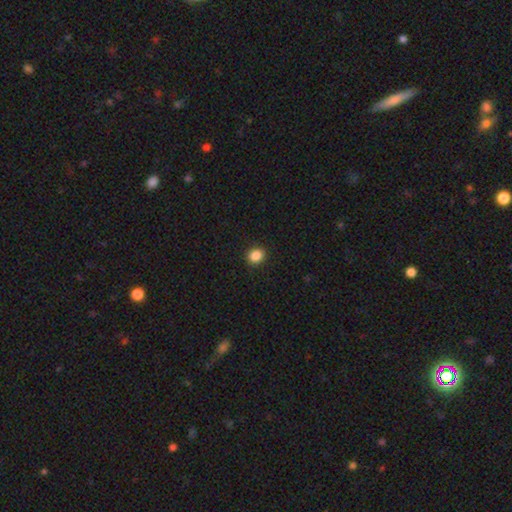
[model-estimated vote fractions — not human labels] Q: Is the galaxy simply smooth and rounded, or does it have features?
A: smooth — 87%.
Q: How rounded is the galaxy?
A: round — 68%.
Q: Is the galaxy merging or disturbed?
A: none — 92%.